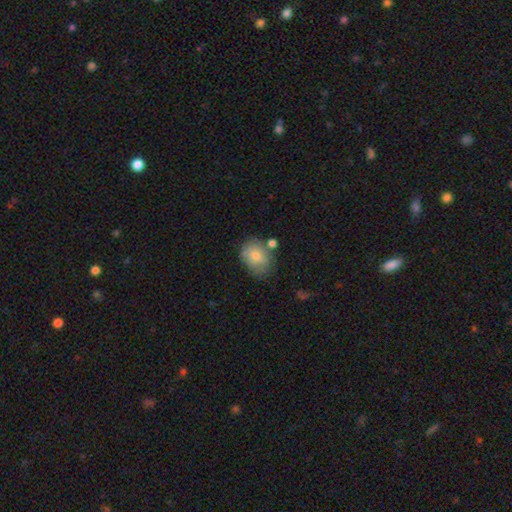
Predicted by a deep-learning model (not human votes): smooth 73%, featured or disk 18%, star or artifact 8%. Down the decision tree: how rounded — in between (55%); merging — none (60%).